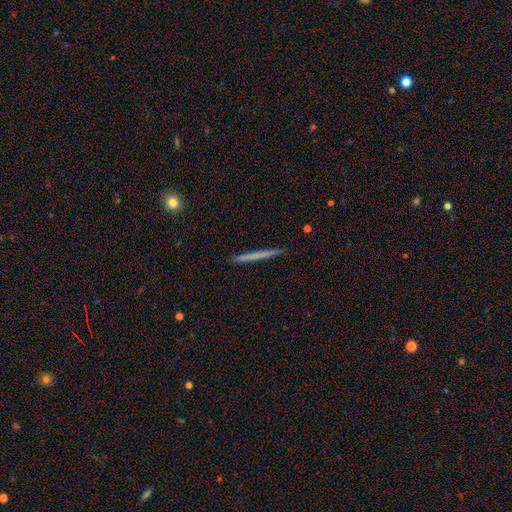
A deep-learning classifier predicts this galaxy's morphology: smooth 58%, featured or disk 36%, star or artifact 6%. Down the decision tree: how rounded — cigar-shaped (97%); merging — none (91%).